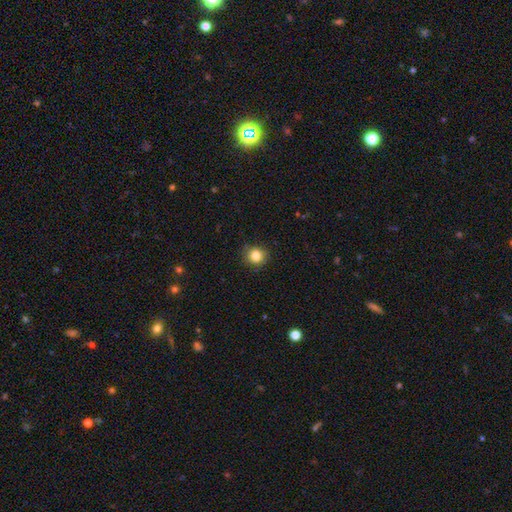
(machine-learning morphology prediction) A smooth galaxy with no disk features (84%) that is round (88%).

Vote fractions:
- Smooth or featured? smooth: 84% / star or artifact: 11% / featured or disk: 5%
- How rounded? round: 88% / in between: 11% / cigar-shaped: 1%
- Merging? none: 88% / minor disturbance: 8% / major disturbance: 2% / merger: 1%